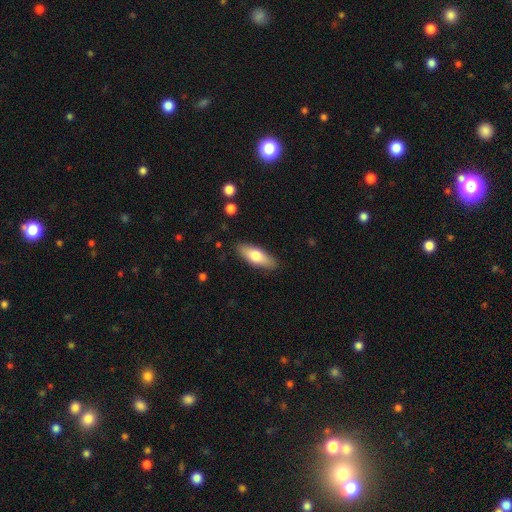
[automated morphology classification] Q: Smooth or featured?
A: smooth (68%); runner-up: featured or disk (26%)
Q: How rounded?
A: in between (66%); runner-up: cigar-shaped (31%)
Q: Merging?
A: none (87%); runner-up: minor disturbance (9%)